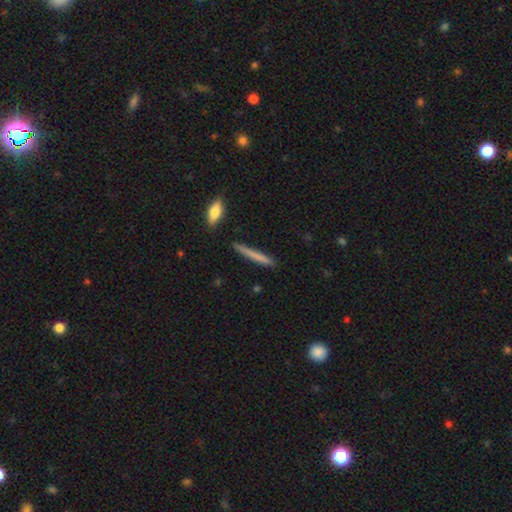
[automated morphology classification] This appears to be a smooth galaxy with no disk features (70%) that is cigar-shaped (96%). Merging: none (87%).